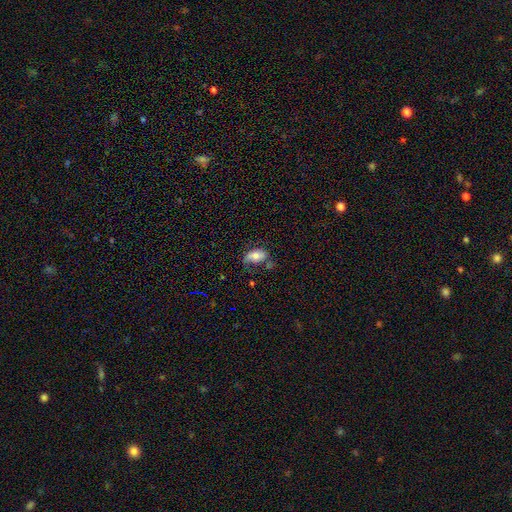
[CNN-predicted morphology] Smooth or featured? smooth (60%)
How rounded? in between (90%)
Merging? none (40%)